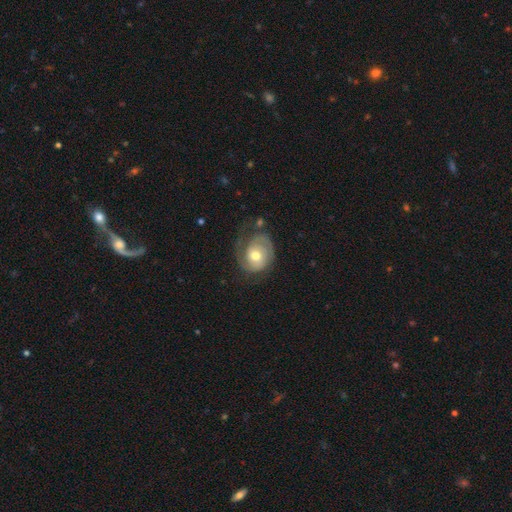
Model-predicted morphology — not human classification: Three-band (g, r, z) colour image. It shows a featured or disk galaxy (70%) with no bar (72%), 2 (46%) tight (55%) spiral arms (88%) and a moderate central bulge (72%). Merging: none (53%).